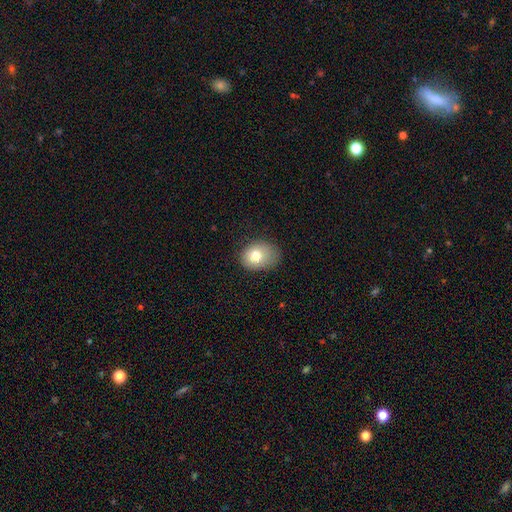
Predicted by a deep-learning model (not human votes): Overall: smooth (77%). How rounded: in between (60%; round 39%). Merging: none (65%; minor disturbance 27%).